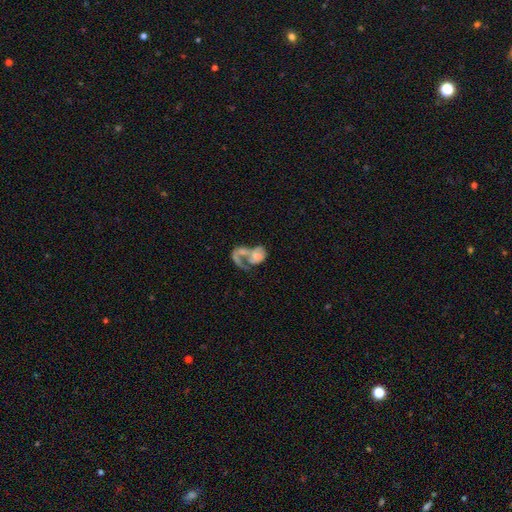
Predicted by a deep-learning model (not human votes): Smooth or featured? Predicted: featured or disk (p=0.52). Edge-on disk? Predicted: no (p=0.97). Bar? Predicted: no (p=0.82). Spiral arms? Predicted: no (p=0.55). Bulge size? Predicted: none (p=0.43). Merging? Predicted: merger (p=0.59).